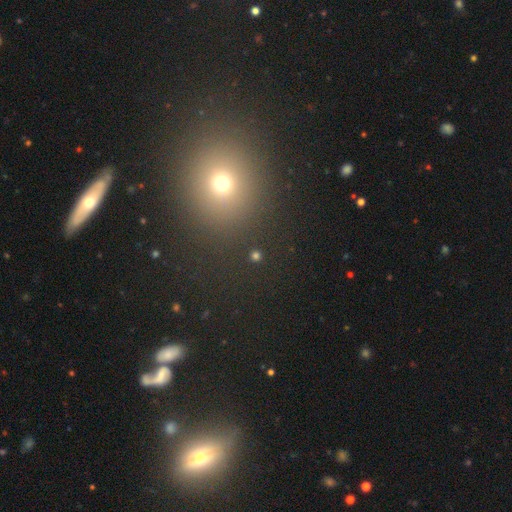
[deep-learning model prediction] Smooth or featured?
  - smooth: 55% *
  - star or artifact: 37%
  - featured or disk: 8%
How rounded?
  - round: 87% *
  - in between: 11%
  - cigar-shaped: 2%
Merging?
  - none: 87% *
  - minor disturbance: 6%
  - merger: 4%
  - major disturbance: 3%